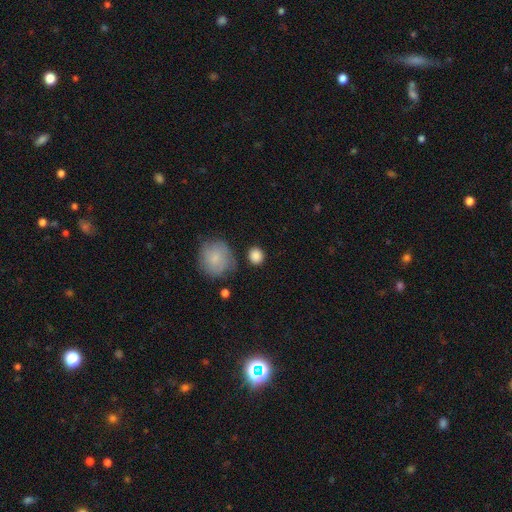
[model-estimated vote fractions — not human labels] This is clearly a smooth galaxy (87%). How rounded: clearly round (82%). Merging: likely none (79%).